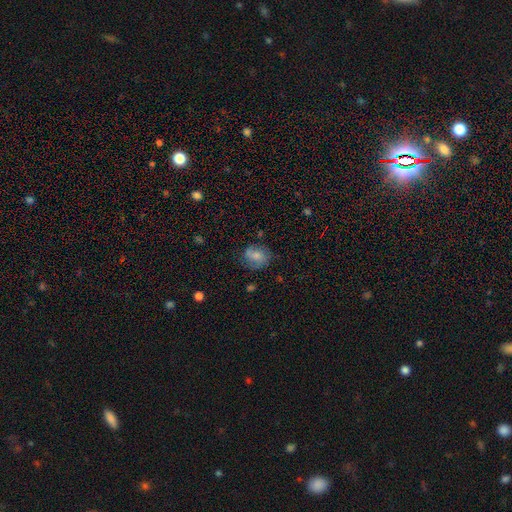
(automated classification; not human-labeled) Overall: smooth (60%; featured or disk 31%). How rounded: round (58%; in between 41%). Merging: none (64%).